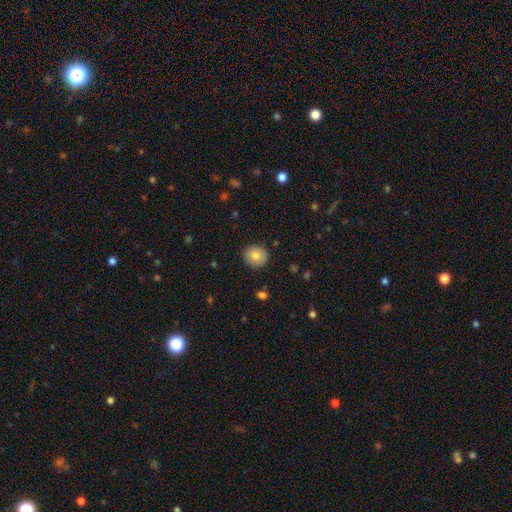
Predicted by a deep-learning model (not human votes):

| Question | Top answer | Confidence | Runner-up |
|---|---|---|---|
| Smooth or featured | smooth | 82% | featured or disk (10%) |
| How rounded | round | 87% | in between (12%) |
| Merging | none | 90% | minor disturbance (7%) |